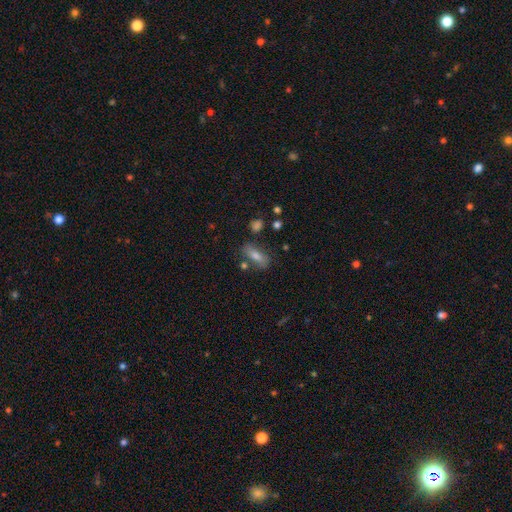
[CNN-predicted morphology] Smooth or featured?
  - smooth: 65% *
  - featured or disk: 24%
  - star or artifact: 10%
How rounded?
  - in between: 61% *
  - cigar-shaped: 34%
  - round: 5%
Merging?
  - none: 72% *
  - minor disturbance: 16%
  - merger: 8%
  - major disturbance: 5%